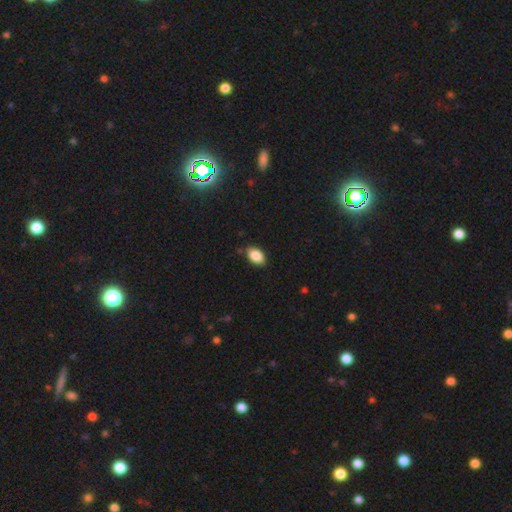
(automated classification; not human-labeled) Morphology: type=smooth (86%); roundness=in between (91%); merging=none (83%).